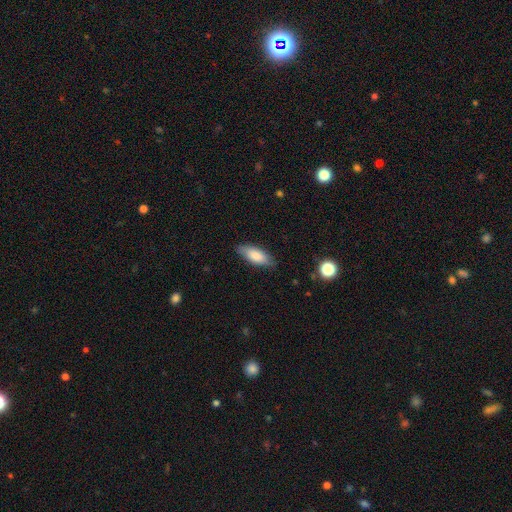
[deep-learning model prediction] This appears to be a smooth galaxy with no disk features (83%) that is in between round and cigar-shaped (77%). Merging: none (82%).